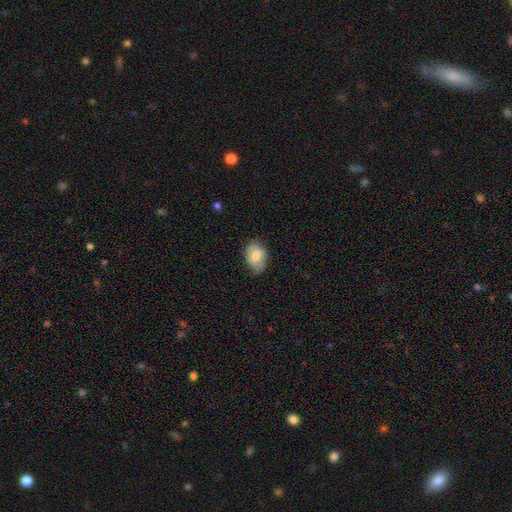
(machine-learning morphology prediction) A smooth galaxy with no disk features (70%) that is in between round and cigar-shaped (83%).

Vote fractions:
- Smooth or featured? smooth: 70% / featured or disk: 23% / star or artifact: 7%
- How rounded? in between: 83% / round: 16% / cigar-shaped: 1%
- Merging? none: 67% / minor disturbance: 25% / major disturbance: 6% / merger: 1%